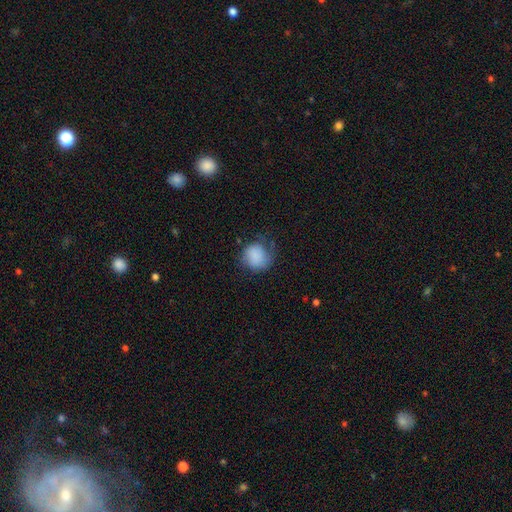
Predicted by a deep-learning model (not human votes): The model was most divided on "merging": none: 49%, minor disturbance: 29%, major disturbance: 19%, merger: 2%. More confident: how rounded — round (80%); smooth or featured — smooth (78%).